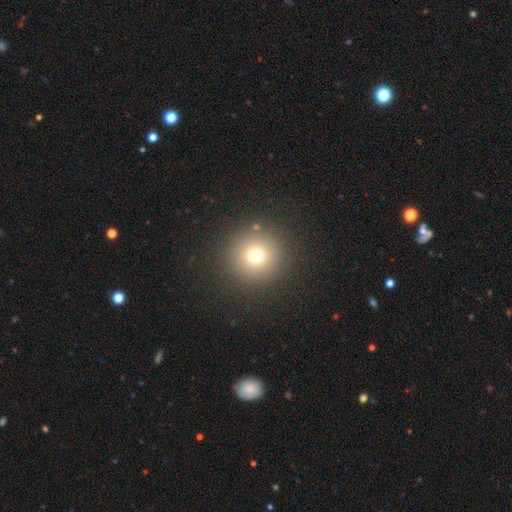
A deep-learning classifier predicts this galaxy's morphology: This appears to be a smooth galaxy with no disk features (71%) that is round (95%). Merging: none (89%).